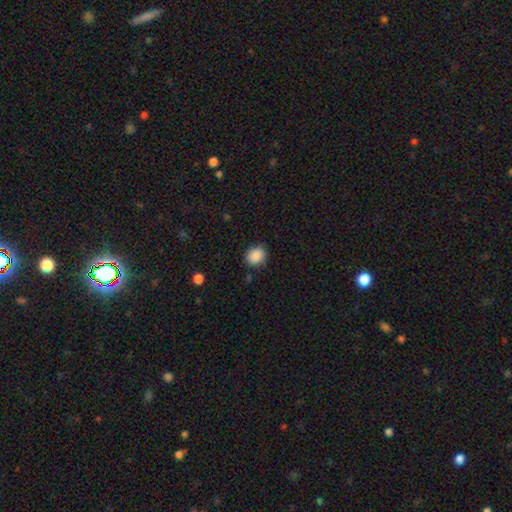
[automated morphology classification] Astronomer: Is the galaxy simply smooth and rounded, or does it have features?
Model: smooth — 89%.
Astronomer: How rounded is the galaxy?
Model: round — 59% (runner-up: in between, 41%).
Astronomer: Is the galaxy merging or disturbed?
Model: none — 83%.